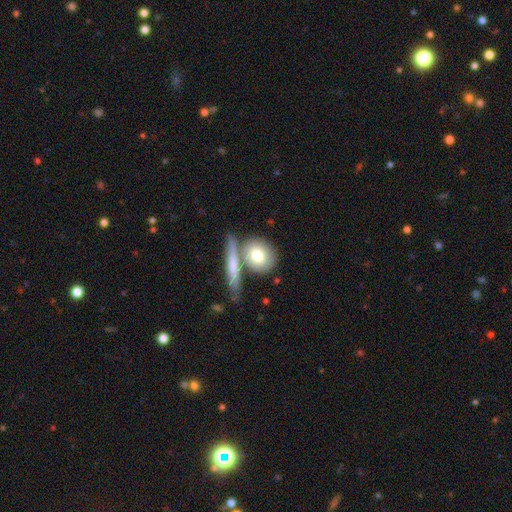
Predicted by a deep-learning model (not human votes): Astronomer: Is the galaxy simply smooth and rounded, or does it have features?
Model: smooth — 72%.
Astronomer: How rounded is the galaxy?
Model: round — 54% (runner-up: in between, 35%).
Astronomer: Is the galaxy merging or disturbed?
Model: none — 59%.